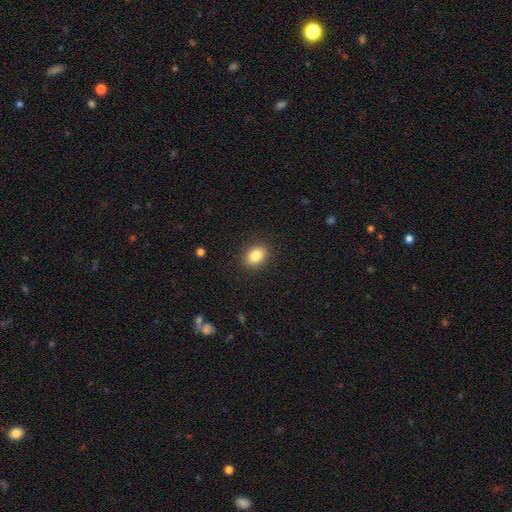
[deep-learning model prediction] smooth 85%, star or artifact 9%, featured or disk 6%. Down the decision tree: how rounded — in between (68%); merging — none (89%).